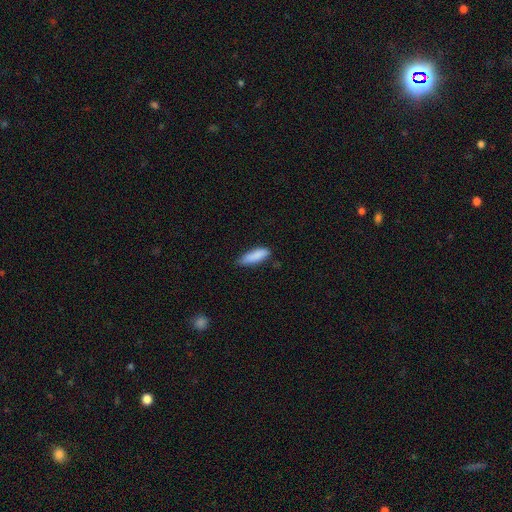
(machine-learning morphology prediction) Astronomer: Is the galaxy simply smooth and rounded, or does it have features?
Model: smooth — 88%.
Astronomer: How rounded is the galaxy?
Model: cigar-shaped — 50% (runner-up: in between, 48%).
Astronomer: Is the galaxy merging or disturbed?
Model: none — 69%.